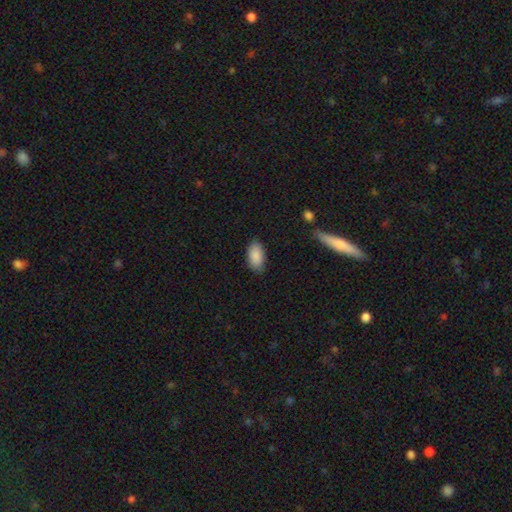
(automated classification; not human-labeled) smooth-or-featured: smooth: 89% | star or artifact: 6% | featured or disk: 5%
  how-rounded: in between: 94% | round: 3% | cigar-shaped: 3%
  merging: none: 82% | minor disturbance: 14% | major disturbance: 3% | merger: 1%